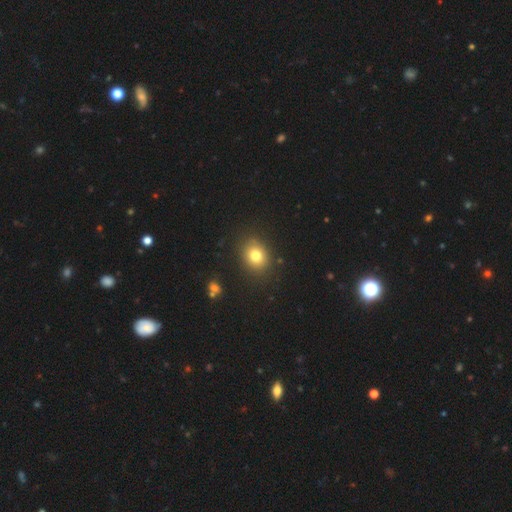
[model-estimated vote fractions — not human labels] This is likely a smooth galaxy (78%). How rounded: possibly round (59%). Merging: clearly none (87%).